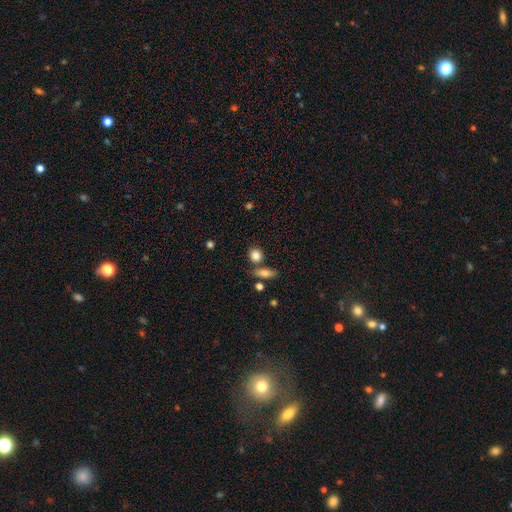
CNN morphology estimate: A smooth galaxy with no disk features (84%) that is round (72%).

Vote fractions:
- Smooth or featured? smooth: 84% / star or artifact: 9% / featured or disk: 7%
- How rounded? round: 72% / in between: 24% / cigar-shaped: 4%
- Merging? none: 68% / merger: 17% / minor disturbance: 11% / major disturbance: 4%